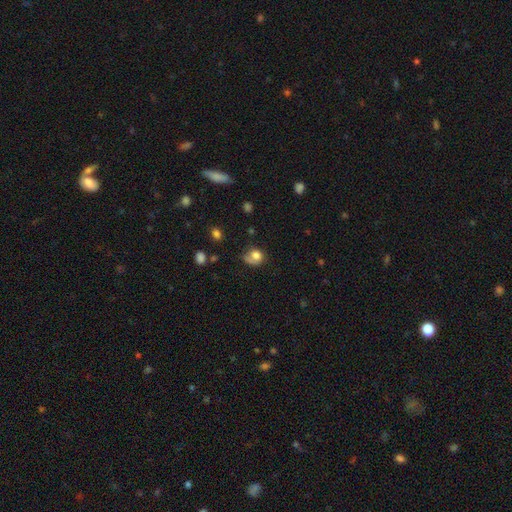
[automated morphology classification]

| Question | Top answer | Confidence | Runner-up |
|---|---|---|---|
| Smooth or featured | smooth | 76% | featured or disk (14%) |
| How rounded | round | 66% | in between (33%) |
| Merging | none | 42% | minor disturbance (29%) |